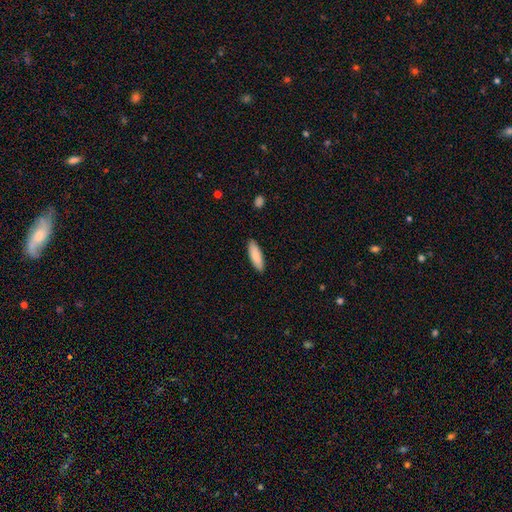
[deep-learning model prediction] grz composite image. It shows a smooth galaxy with no disk features (87%) that is in between round and cigar-shaped (51%). Merging: none (89%).